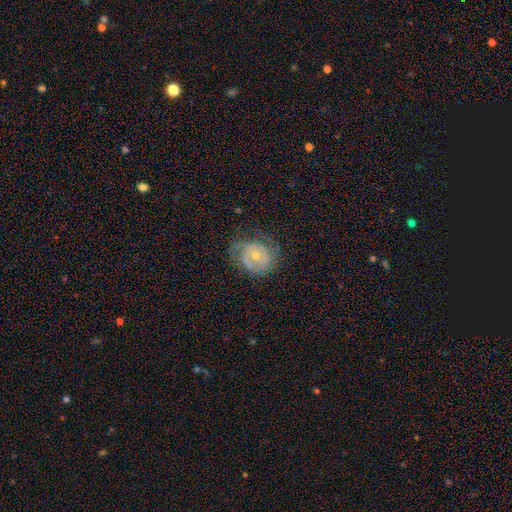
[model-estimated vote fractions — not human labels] A featured or disk galaxy (76%) with no bar (72%), 2 (47%) tight (59%) spiral arms (85%) and a moderate central bulge (48%, tied with small). Merging: none (59%).